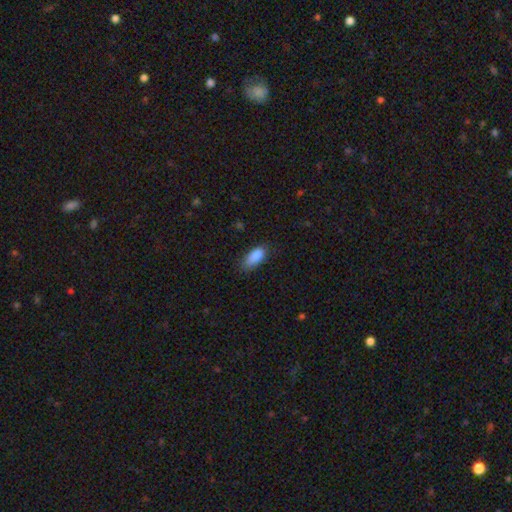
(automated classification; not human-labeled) Smooth or featured: smooth — 87% (star or artifact — 7%)
How rounded: in between — 82% (cigar-shaped — 16%)
Merging: none — 66% (minor disturbance — 27%)